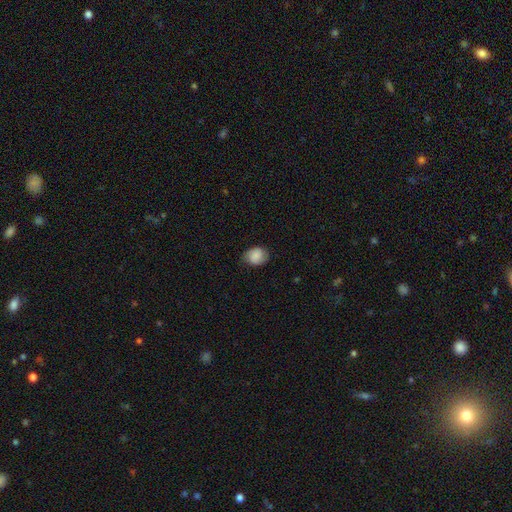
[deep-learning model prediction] Overall: smooth (78%). How rounded: in between (52%; round 47%). Merging: none (74%).